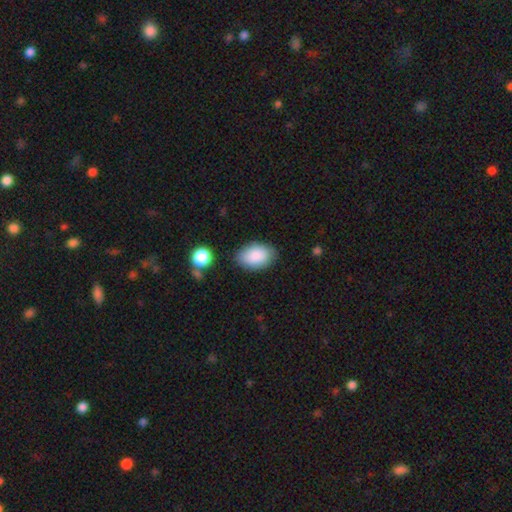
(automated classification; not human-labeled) A smooth galaxy with no disk features (88%) that is in between round and cigar-shaped (91%).

Vote fractions:
- Smooth or featured? smooth: 88% / star or artifact: 6% / featured or disk: 6%
- How rounded? in between: 91% / round: 8% / cigar-shaped: 1%
- Merging? none: 80% / minor disturbance: 13% / major disturbance: 4% / merger: 3%